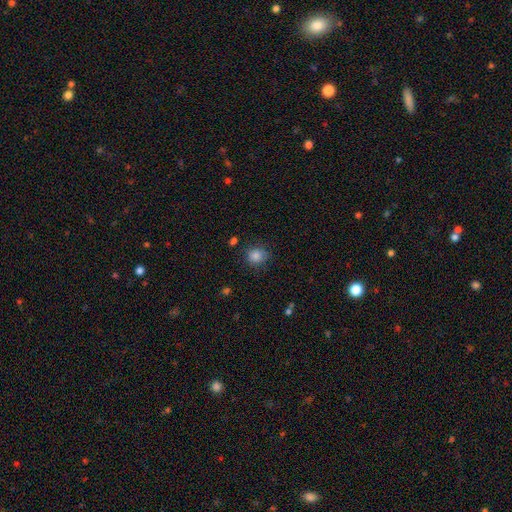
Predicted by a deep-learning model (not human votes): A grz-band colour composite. It shows a smooth galaxy with no disk features (84%) that is round (81%). Merging: none (79%).